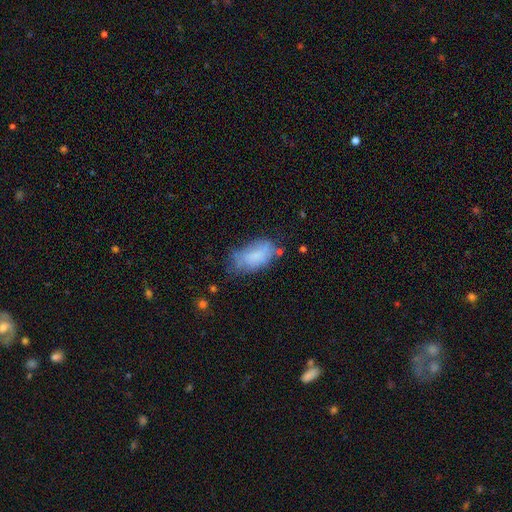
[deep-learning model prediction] This is likely a smooth galaxy (72%). How rounded: clearly in between (92%). Merging: possibly none (50%).